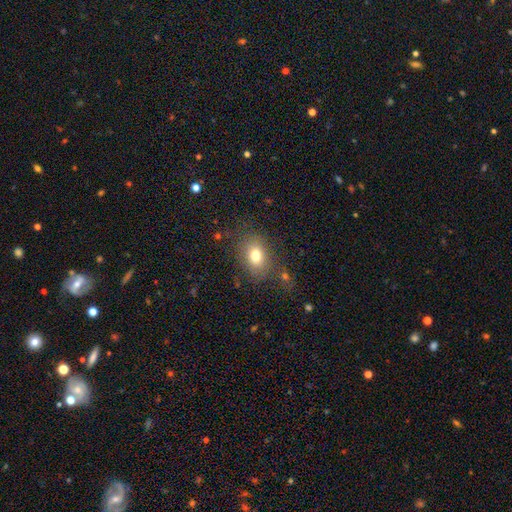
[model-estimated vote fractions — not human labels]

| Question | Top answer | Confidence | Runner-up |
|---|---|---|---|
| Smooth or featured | smooth | 76% | featured or disk (12%) |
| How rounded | in between | 66% | round (32%) |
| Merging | none | 76% | minor disturbance (14%) |